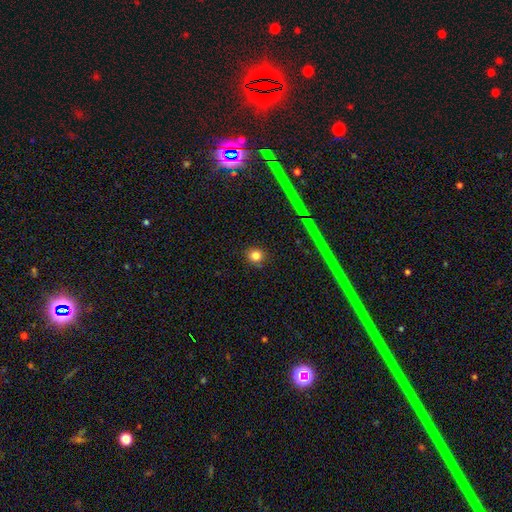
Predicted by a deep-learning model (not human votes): Q: Smooth or featured?
A: smooth (80%); runner-up: star or artifact (13%)
Q: How rounded?
A: round (87%); runner-up: in between (11%)
Q: Merging?
A: none (87%); runner-up: minor disturbance (9%)